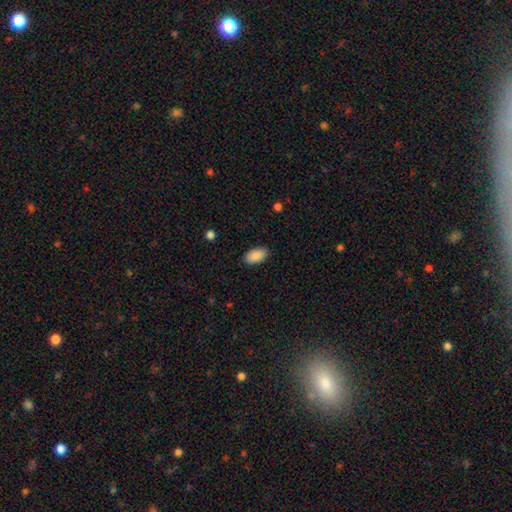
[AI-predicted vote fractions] Smooth or featured? smooth (89%)
How rounded? in between (94%)
Merging? none (88%)